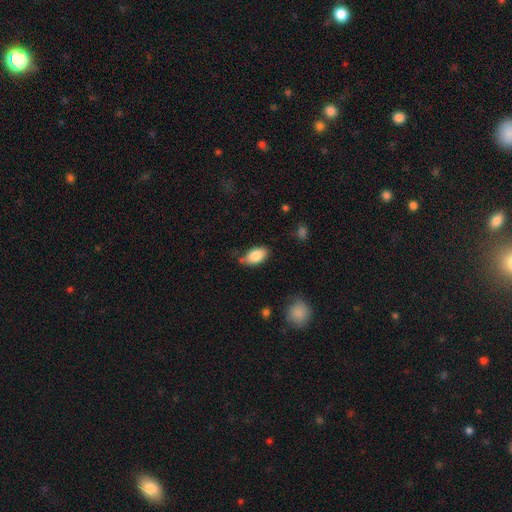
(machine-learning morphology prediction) smooth-or-featured: smooth: 84% | featured or disk: 9% | star or artifact: 7%
  how-rounded: in between: 94% | round: 4% | cigar-shaped: 2%
  merging: none: 66% | minor disturbance: 25% | major disturbance: 6% | merger: 4%